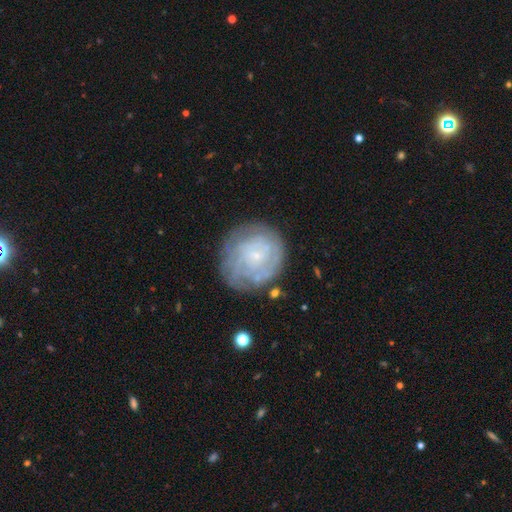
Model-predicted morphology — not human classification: type=featured or disk (65%); edge-on=no (98%); bar=no (78%); spiral arms=yes (77%); bulge=small (81%); merging=none (73%).